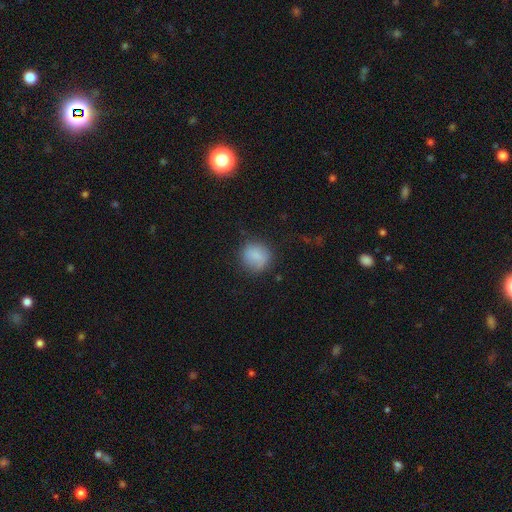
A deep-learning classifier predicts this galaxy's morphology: smooth 83%, featured or disk 9%, star or artifact 8%. Down the decision tree: how rounded — round (84%); merging — none (74%).